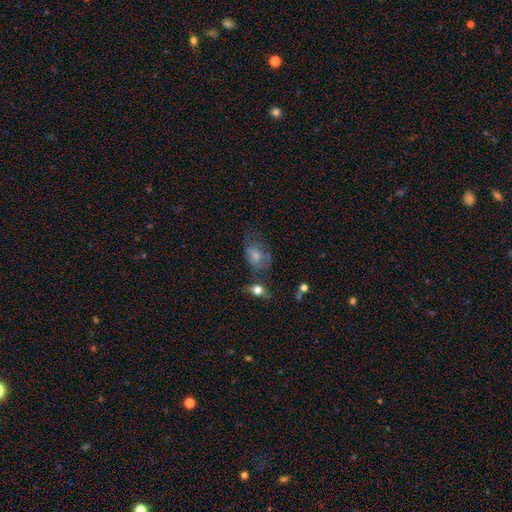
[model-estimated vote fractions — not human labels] A smooth galaxy with no disk features (66%) that is in between round and cigar-shaped (76%). Merging: none (39%).